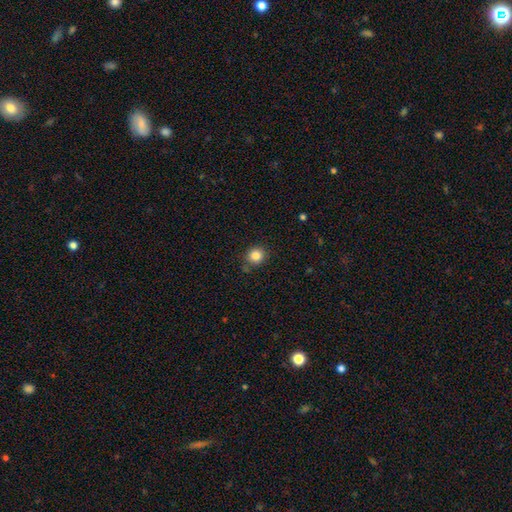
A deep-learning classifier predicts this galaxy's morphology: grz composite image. It shows a smooth galaxy with no disk features (84%) that is round (88%). Merging: none (83%).